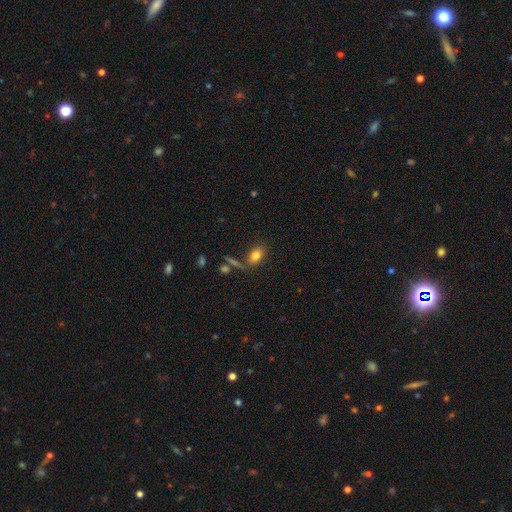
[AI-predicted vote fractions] A smooth galaxy with no disk features (80%) that is in between round and cigar-shaped (80%). Merging: none (73%).